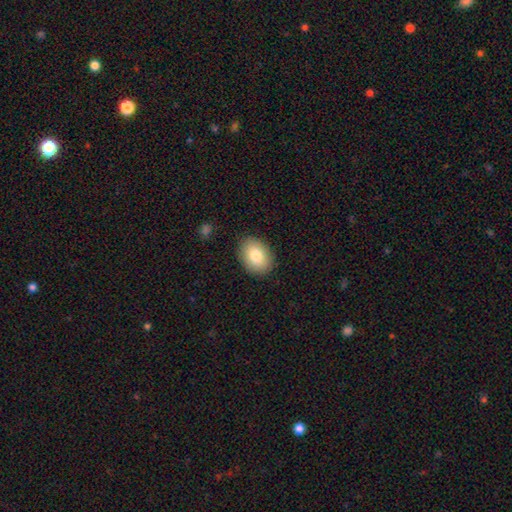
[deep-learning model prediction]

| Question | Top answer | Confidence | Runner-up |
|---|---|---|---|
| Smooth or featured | smooth | 82% | featured or disk (11%) |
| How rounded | in between | 75% | round (24%) |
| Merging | none | 88% | minor disturbance (9%) |